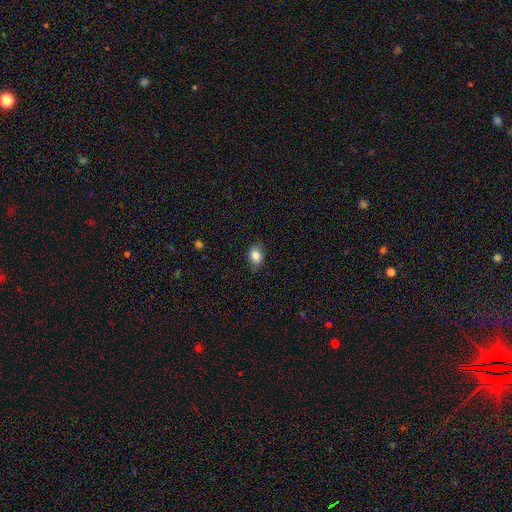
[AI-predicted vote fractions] This is clearly a smooth galaxy (81%). How rounded: possibly in between (57%). Merging: likely none (75%).